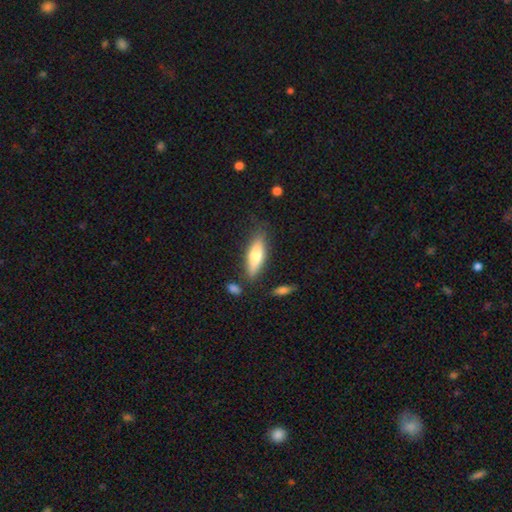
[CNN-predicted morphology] smooth-or-featured: smooth: 67% | featured or disk: 27% | star or artifact: 6%
  how-rounded: cigar-shaped: 51% | in between: 47% | round: 2%
  merging: none: 76% | minor disturbance: 15% | merger: 5% | major disturbance: 4%